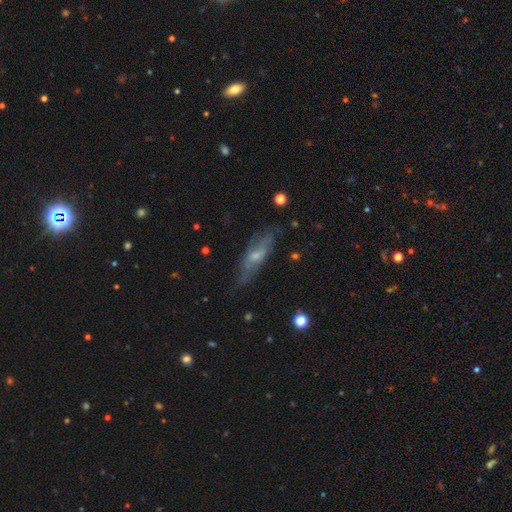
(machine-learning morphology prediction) A featured or disk galaxy (56%).

Vote fractions:
- Smooth or featured? featured or disk: 56% / smooth: 34% / star or artifact: 9%
- Edge-on disk? no: 51% / yes: 49%
- Merging? none: 70% / minor disturbance: 21% / major disturbance: 7% / merger: 2%